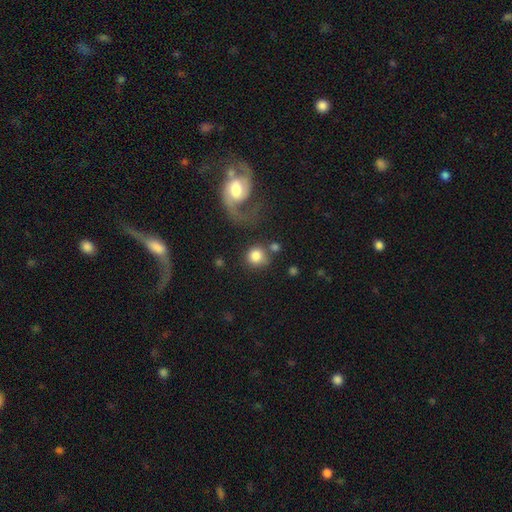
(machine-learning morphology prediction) Q: Smooth or featured?
A: smooth (78%); runner-up: featured or disk (14%)
Q: How rounded?
A: round (88%); runner-up: in between (11%)
Q: Merging?
A: none (59%); runner-up: merger (17%)